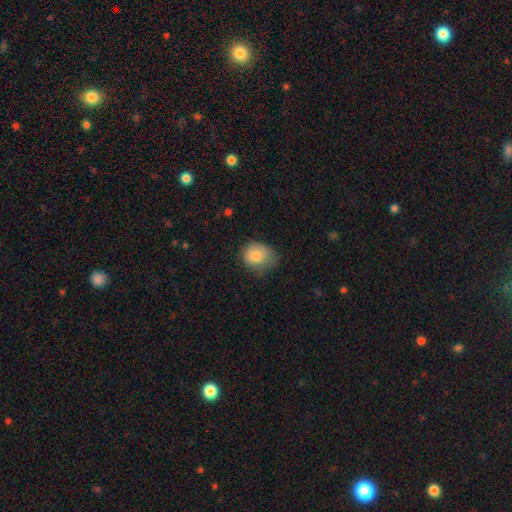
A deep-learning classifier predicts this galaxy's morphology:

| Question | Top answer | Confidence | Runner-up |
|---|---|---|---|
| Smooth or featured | smooth | 82% | featured or disk (10%) |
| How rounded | round | 58% | in between (41%) |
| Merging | none | 44% | minor disturbance (37%) |